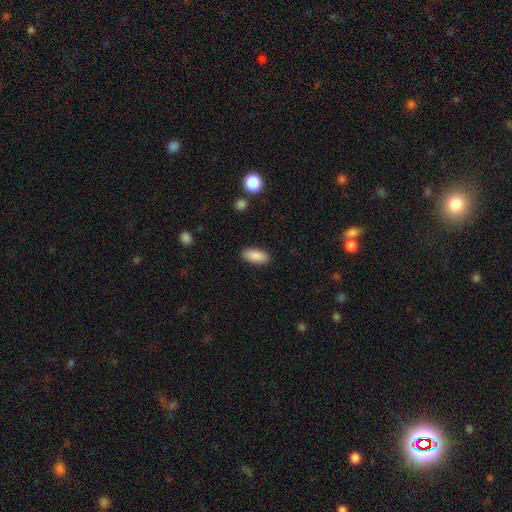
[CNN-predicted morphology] This is clearly a smooth galaxy (89%). How rounded: clearly in between (85%). Merging: clearly none (89%).